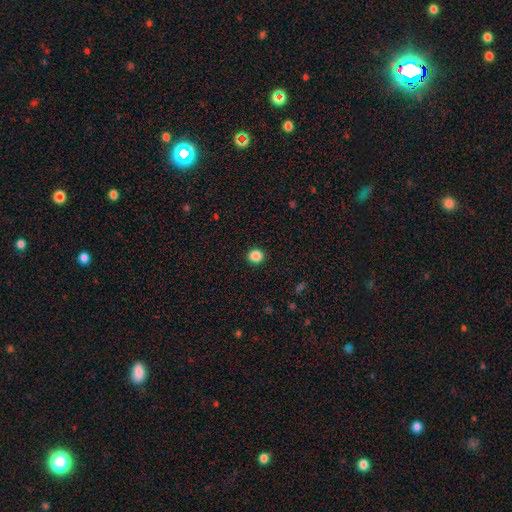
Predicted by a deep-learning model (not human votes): Overall: smooth (87%). How rounded: round (90%). Merging: none (92%).